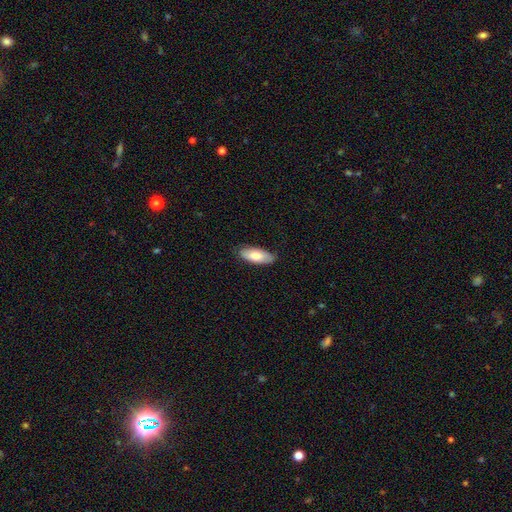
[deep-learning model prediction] smooth-or-featured: smooth: 79% | featured or disk: 15% | star or artifact: 6%
  how-rounded: in between: 82% | cigar-shaped: 17% | round: 2%
  merging: none: 83% | minor disturbance: 14% | major disturbance: 2% | merger: 1%